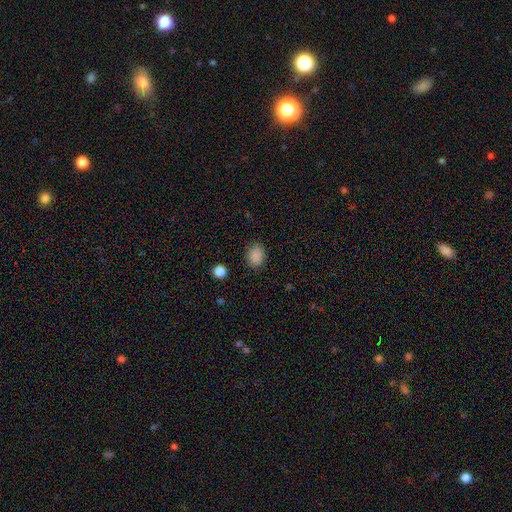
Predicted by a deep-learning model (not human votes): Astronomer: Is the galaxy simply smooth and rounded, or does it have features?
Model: smooth — 86%.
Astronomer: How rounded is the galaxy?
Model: round — 52% (runner-up: in between, 47%).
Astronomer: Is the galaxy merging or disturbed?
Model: none — 85%.